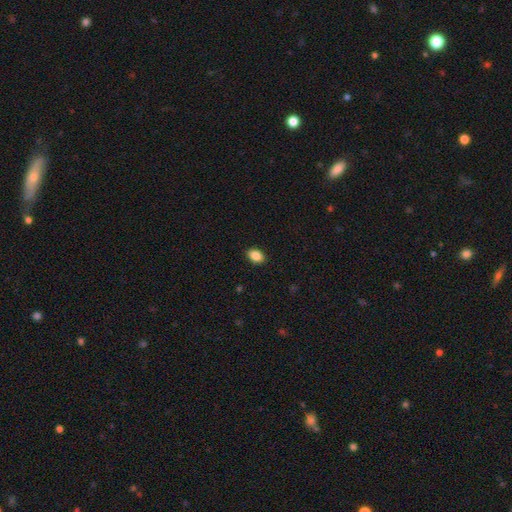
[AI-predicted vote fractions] Smooth or featured: smooth — 87% (star or artifact — 8%)
How rounded: in between — 79% (round — 19%)
Merging: none — 89% (minor disturbance — 8%)